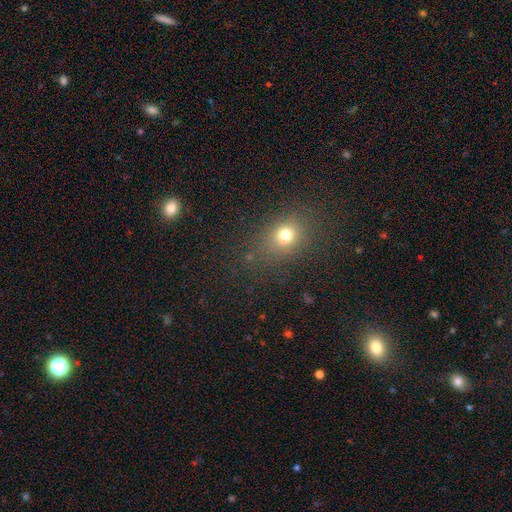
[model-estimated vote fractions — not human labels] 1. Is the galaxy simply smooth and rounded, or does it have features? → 64% smooth, 27% star or artifact, 9% featured or disk.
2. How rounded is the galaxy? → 53% round, 44% in between, 3% cigar-shaped.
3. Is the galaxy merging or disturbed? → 82% none, 12% minor disturbance, 4% major disturbance, 2% merger.